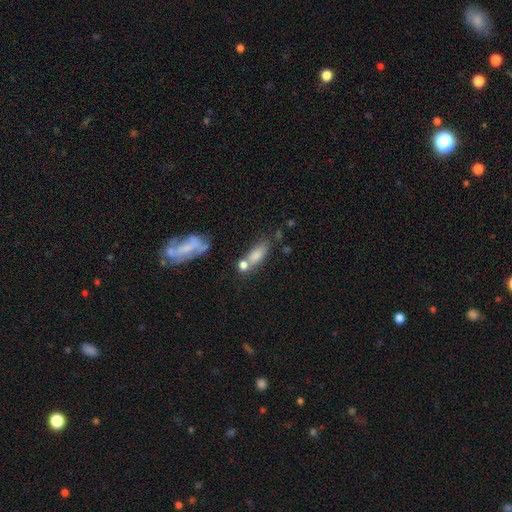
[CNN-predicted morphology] Smooth or featured: smooth — 74% (featured or disk — 16%)
How rounded: in between — 64% (cigar-shaped — 29%)
Merging: none — 45% (merger — 30%)